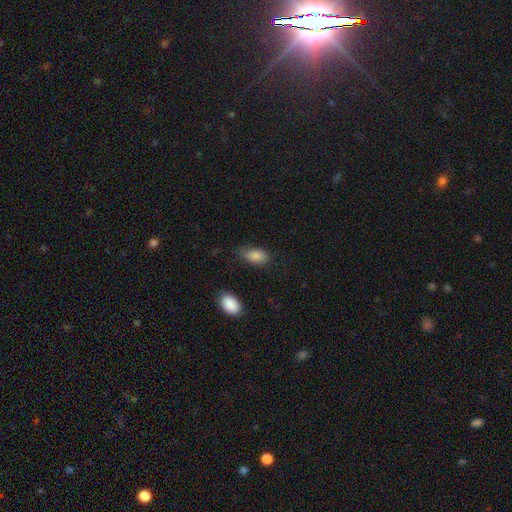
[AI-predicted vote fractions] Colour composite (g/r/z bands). It shows a smooth galaxy with no disk features (87%) that is in between round and cigar-shaped (92%). Merging: none (73%).